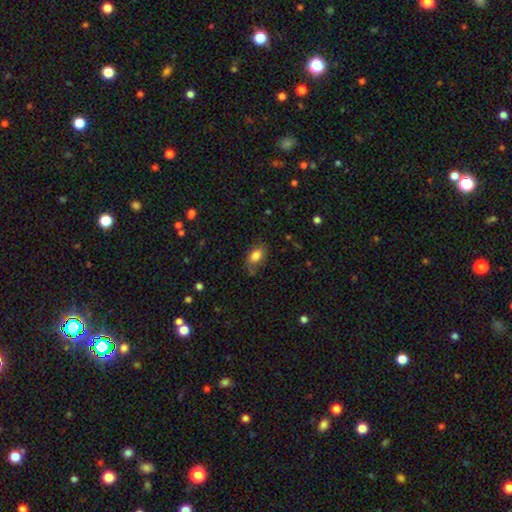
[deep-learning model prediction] smooth 80%, featured or disk 11%, star or artifact 9%. Down the decision tree: how rounded — in between (86%); merging — none (65%).